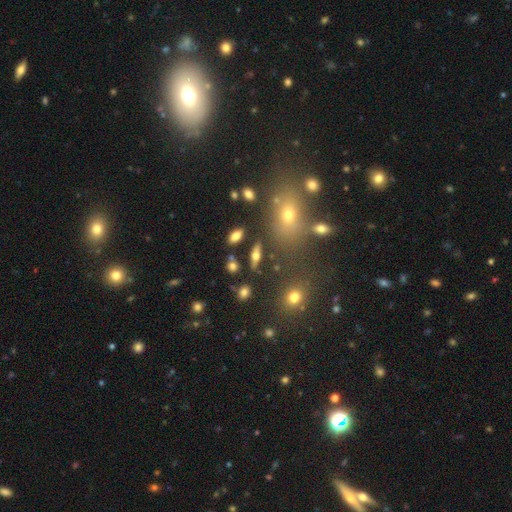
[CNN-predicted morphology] This appears to be a featured or disk galaxy (45%). Merging: none (79%).